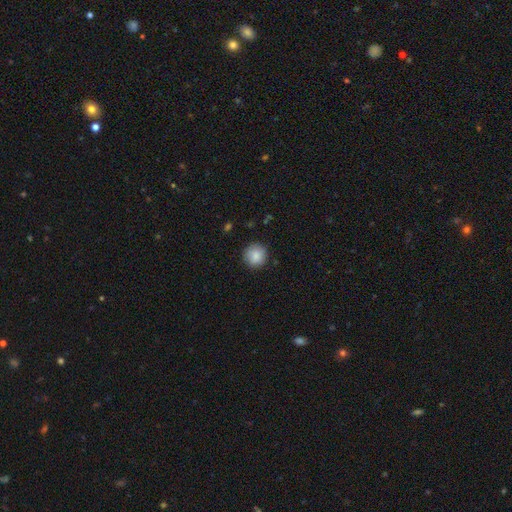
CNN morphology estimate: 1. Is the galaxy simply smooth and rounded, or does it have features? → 86% smooth, 8% star or artifact, 6% featured or disk.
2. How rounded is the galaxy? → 94% round, 5% in between, 1% cigar-shaped.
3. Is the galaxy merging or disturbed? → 86% none, 11% minor disturbance, 2% major disturbance, 1% merger.